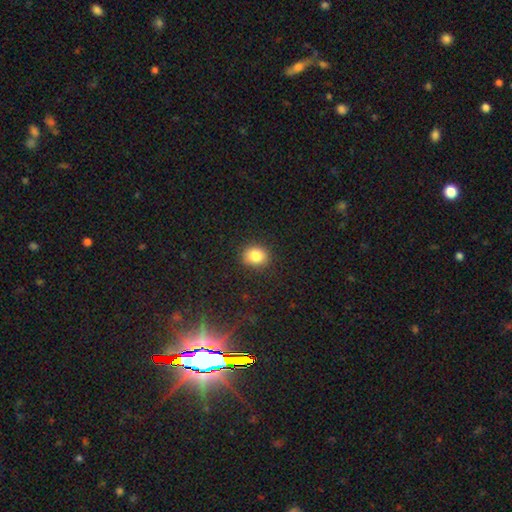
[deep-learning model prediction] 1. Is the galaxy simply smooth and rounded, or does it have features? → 83% smooth, 11% star or artifact, 6% featured or disk.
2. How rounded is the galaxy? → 68% round, 32% in between, 1% cigar-shaped.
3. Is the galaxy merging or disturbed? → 86% none, 10% minor disturbance, 3% major disturbance, 1% merger.